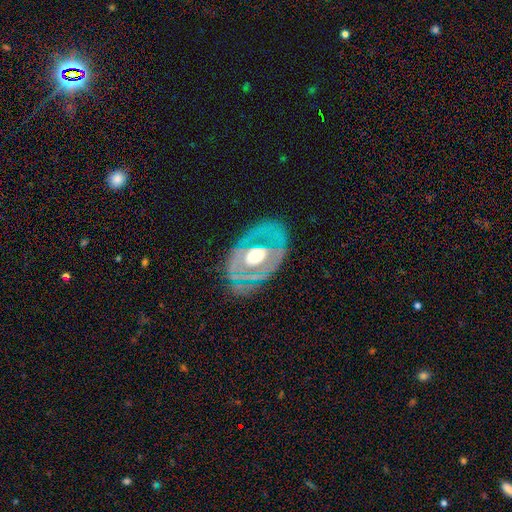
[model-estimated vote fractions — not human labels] Q: Smooth or featured?
A: featured or disk (70%); runner-up: smooth (23%)
Q: Edge-on disk?
A: no (91%); runner-up: yes (9%)
Q: Bar?
A: no (65%); runner-up: weak (20%)
Q: Spiral arms?
A: no (62%); runner-up: yes (38%)
Q: Bulge size?
A: moderate (60%); runner-up: large (29%)
Q: Merging?
A: none (66%); runner-up: minor disturbance (19%)